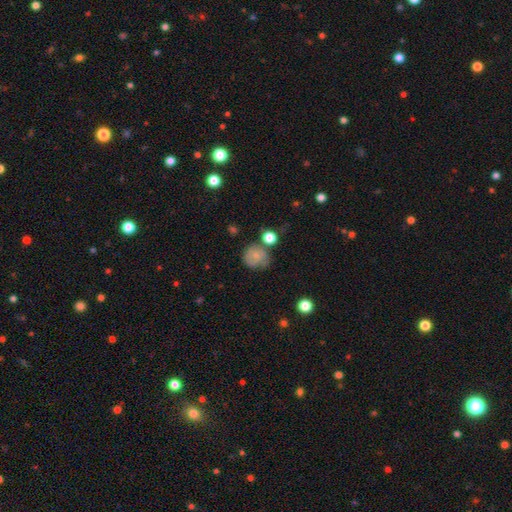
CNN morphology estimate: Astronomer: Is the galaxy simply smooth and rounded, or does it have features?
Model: smooth — 63%.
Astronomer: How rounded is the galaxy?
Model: round — 84%.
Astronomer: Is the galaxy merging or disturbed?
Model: none — 53%.